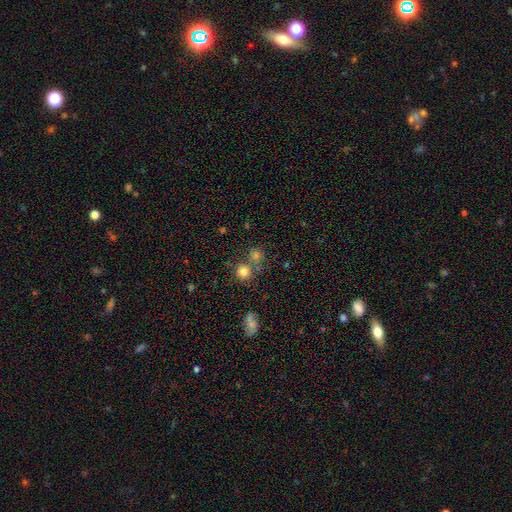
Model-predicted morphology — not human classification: Smooth or featured? smooth (73%)
How rounded? round (89%)
Merging? none (61%)